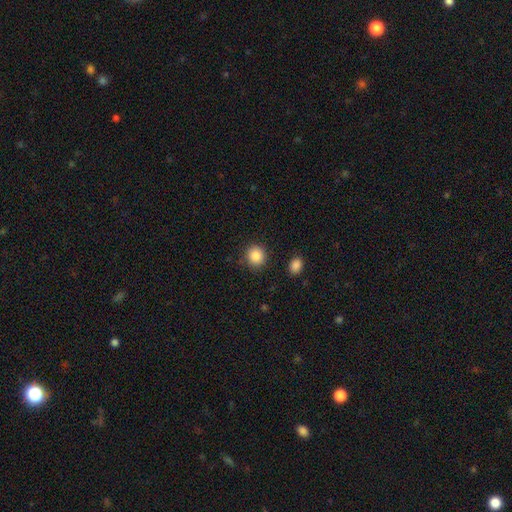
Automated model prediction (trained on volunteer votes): smooth_or_featured: smooth (p=0.87) [alt: star or artifact p=0.09]
how_rounded: round (p=0.86) [alt: in between p=0.13]
merging: none (p=0.87) [alt: minor disturbance p=0.08]